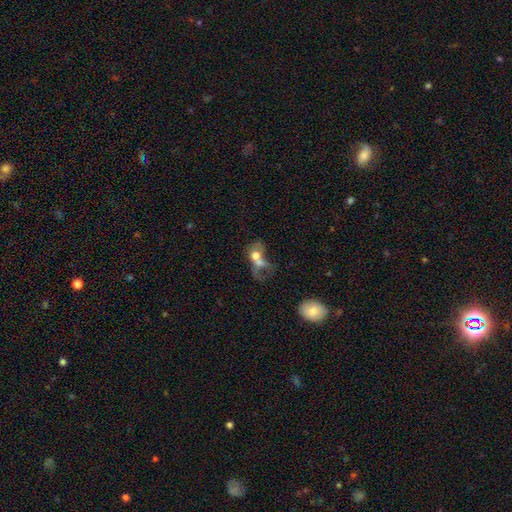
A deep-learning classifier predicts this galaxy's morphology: The model was most divided on "how rounded": in between: 54%, round: 43%, cigar-shaped: 2%. More confident: merging — merger (64%); smooth or featured — smooth (55%).